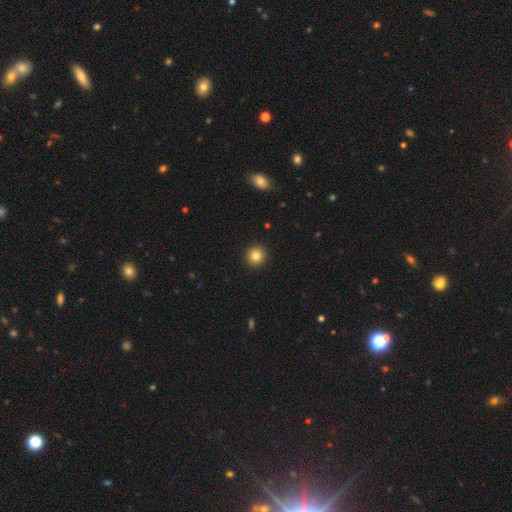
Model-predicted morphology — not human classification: smooth 83%, star or artifact 10%, featured or disk 6%. Down the decision tree: how rounded — round (94%); merging — none (93%).